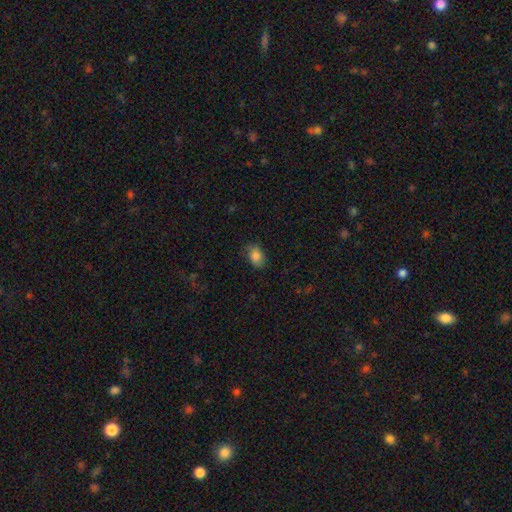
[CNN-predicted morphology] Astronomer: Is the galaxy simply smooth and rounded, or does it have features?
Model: smooth — 85%.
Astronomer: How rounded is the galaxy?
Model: in between — 78%.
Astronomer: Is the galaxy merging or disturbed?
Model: none — 76%.